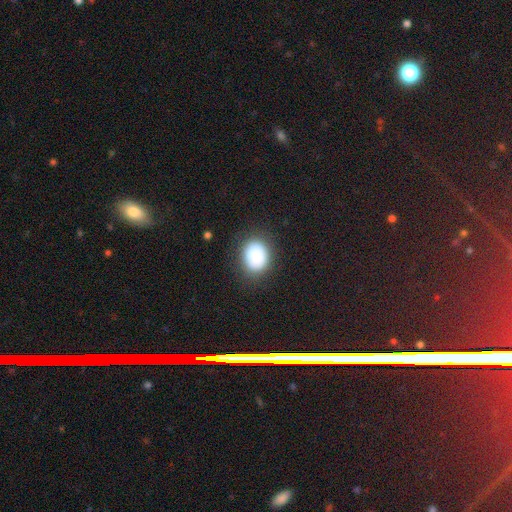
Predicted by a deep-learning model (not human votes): Smooth or featured? smooth (86%)
How rounded? in between (52%)
Merging? none (82%)